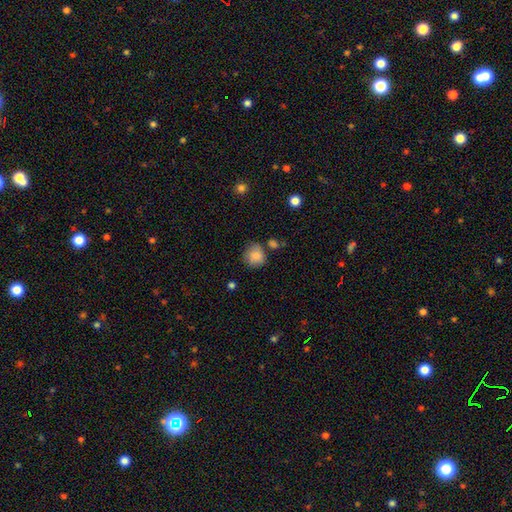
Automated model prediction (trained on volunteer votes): Overall: smooth (85%). How rounded: round (82%). Merging: none (65%).